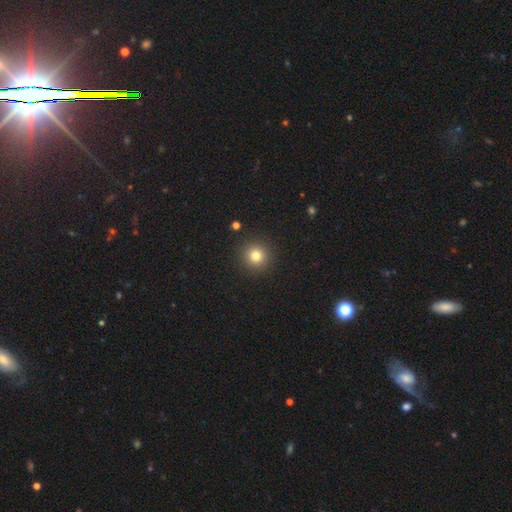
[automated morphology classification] Smooth or featured?
  - smooth: 80% *
  - star or artifact: 14%
  - featured or disk: 6%
How rounded?
  - round: 95% *
  - in between: 4%
  - cigar-shaped: 1%
Merging?
  - none: 92% *
  - minor disturbance: 5%
  - major disturbance: 2%
  - merger: 1%